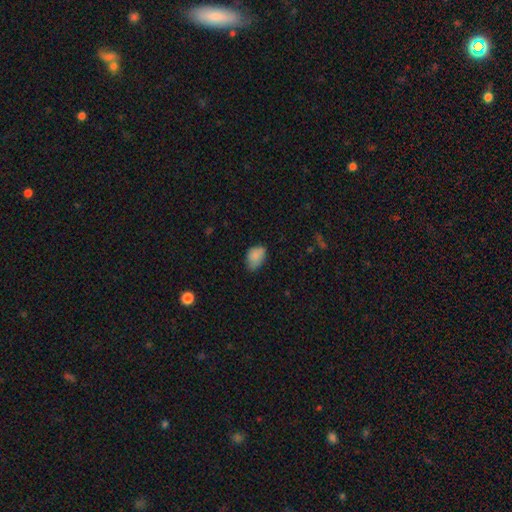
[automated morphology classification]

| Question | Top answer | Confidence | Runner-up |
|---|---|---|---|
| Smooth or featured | smooth | 85% | star or artifact (8%) |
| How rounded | in between | 81% | round (18%) |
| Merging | none | 56% | minor disturbance (35%) |